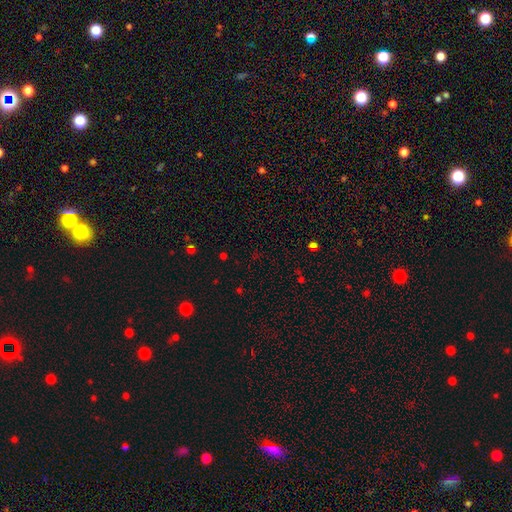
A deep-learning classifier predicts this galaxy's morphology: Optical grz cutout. It shows a star or artifact, not a galaxy (61%).